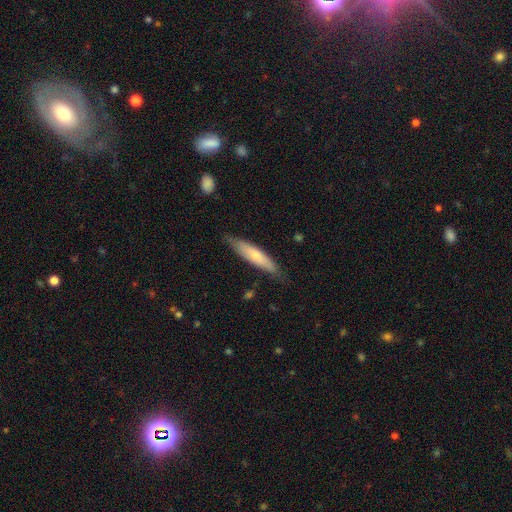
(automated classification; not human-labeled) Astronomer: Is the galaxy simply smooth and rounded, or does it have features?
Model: smooth — 61%.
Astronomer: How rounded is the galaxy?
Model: cigar-shaped — 79%.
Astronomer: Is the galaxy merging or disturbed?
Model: none — 76%.